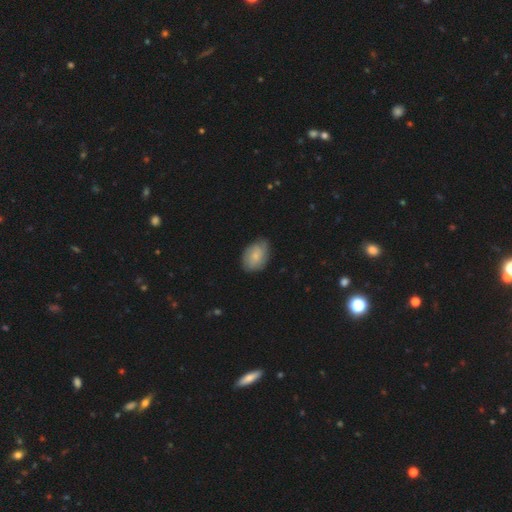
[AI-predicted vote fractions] This is possibly a smooth galaxy (60%). How rounded: clearly in between (82%). Merging: likely none (72%).